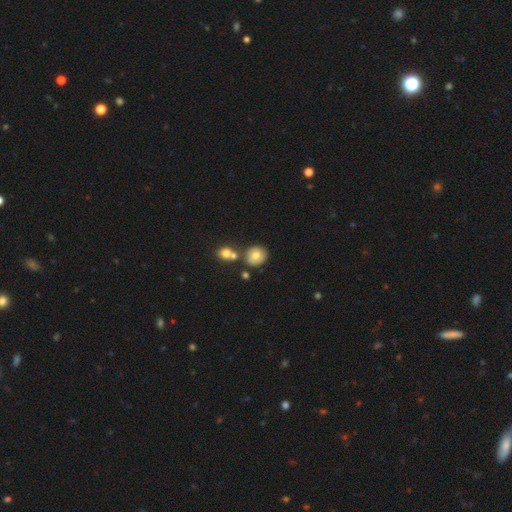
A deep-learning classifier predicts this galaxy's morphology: Overall: smooth (67%). How rounded: round (79%). Merging: none (67%).